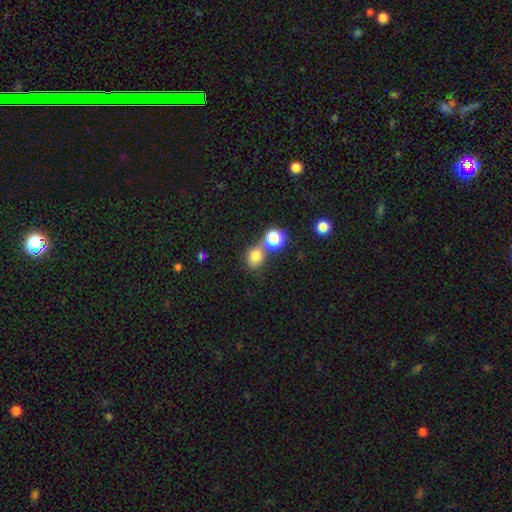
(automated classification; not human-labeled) A smooth galaxy with no disk features (78%) that is round (69%).

Vote fractions:
- Smooth or featured? smooth: 78% / star or artifact: 14% / featured or disk: 8%
- How rounded? round: 69% / in between: 29% / cigar-shaped: 1%
- Merging? none: 49% / merger: 35% / minor disturbance: 11% / major disturbance: 5%